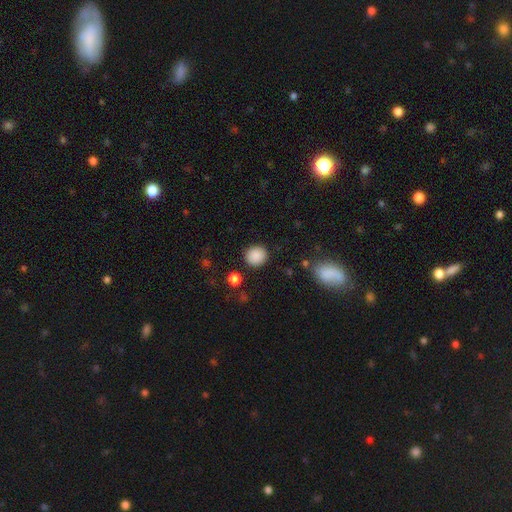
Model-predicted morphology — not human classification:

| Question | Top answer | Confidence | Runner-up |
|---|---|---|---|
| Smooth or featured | smooth | 87% | star or artifact (9%) |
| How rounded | round | 87% | in between (12%) |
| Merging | none | 88% | minor disturbance (7%) |